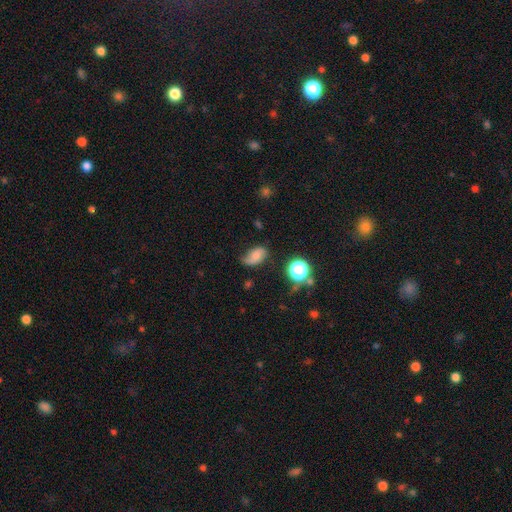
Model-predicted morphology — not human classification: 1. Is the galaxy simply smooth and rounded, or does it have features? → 56% smooth, 30% featured or disk, 14% star or artifact.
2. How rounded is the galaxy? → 85% in between, 13% round, 2% cigar-shaped.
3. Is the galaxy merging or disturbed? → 52% none, 34% minor disturbance, 12% major disturbance, 3% merger.